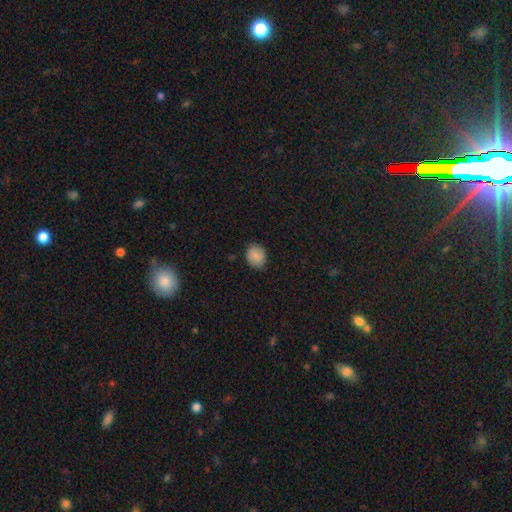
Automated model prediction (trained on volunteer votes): Smooth or featured: smooth — 85% (star or artifact — 8%)
How rounded: round — 57% (in between — 42%)
Merging: none — 83% (minor disturbance — 13%)